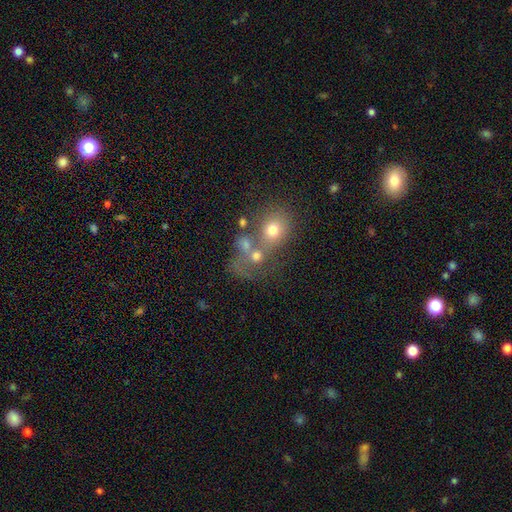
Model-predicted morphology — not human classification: This is likely a smooth galaxy (60%). How rounded: likely round (65%). Merging: possibly merger (54%).